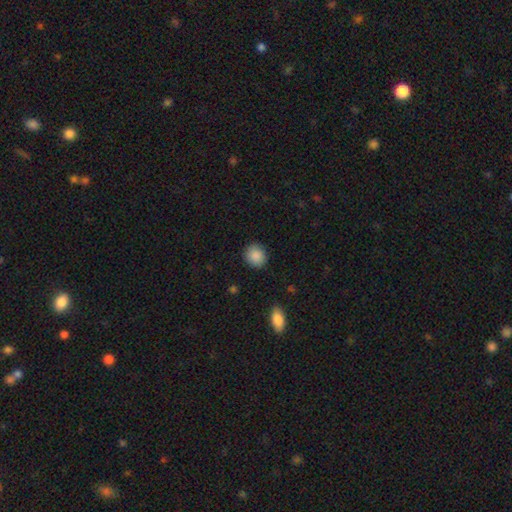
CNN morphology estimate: The model was most divided on "how rounded": round: 77%, in between: 22%, cigar-shaped: 1%. More confident: smooth or featured — smooth (88%); merging — none (87%).